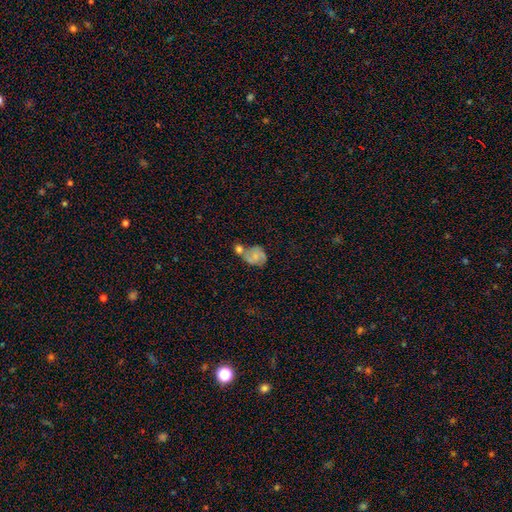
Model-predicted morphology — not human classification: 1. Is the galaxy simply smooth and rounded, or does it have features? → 48% smooth, 42% featured or disk, 9% star or artifact.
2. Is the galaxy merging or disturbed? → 50% merger, 26% none, 15% minor disturbance, 10% major disturbance.